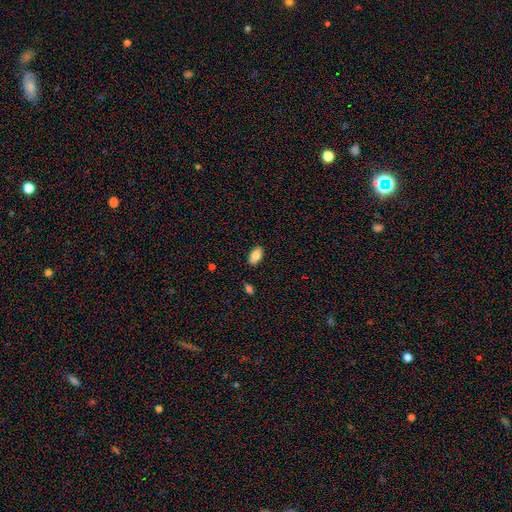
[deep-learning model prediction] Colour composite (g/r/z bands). It shows a smooth galaxy with no disk features (83%) that is in between round and cigar-shaped (93%). Merging: none (87%).